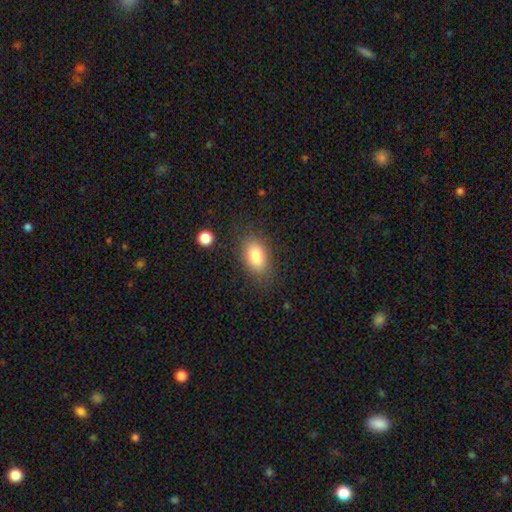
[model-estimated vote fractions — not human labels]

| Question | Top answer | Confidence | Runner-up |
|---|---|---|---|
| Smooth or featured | smooth | 82% | featured or disk (10%) |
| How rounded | in between | 88% | round (10%) |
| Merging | none | 80% | minor disturbance (13%) |